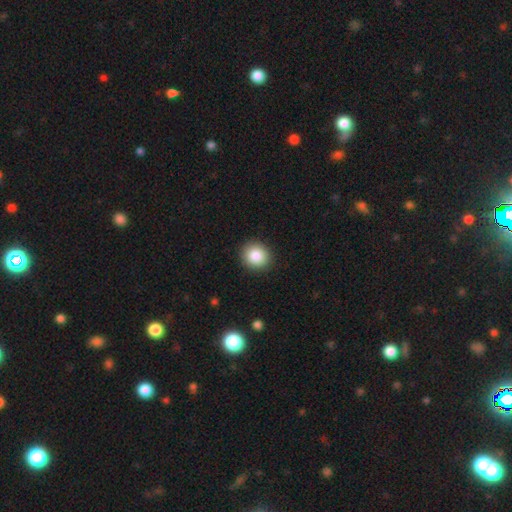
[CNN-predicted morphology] Smooth or featured? smooth (86%)
How rounded? round (86%)
Merging? none (91%)